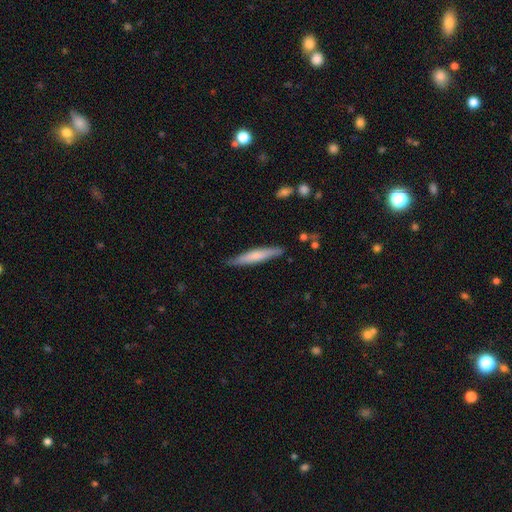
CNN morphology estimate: smooth-or-featured: smooth: 62% | featured or disk: 32% | star or artifact: 5%
  how-rounded: cigar-shaped: 93% | in between: 6% | round: 1%
  merging: none: 85% | minor disturbance: 12% | major disturbance: 2% | merger: 1%